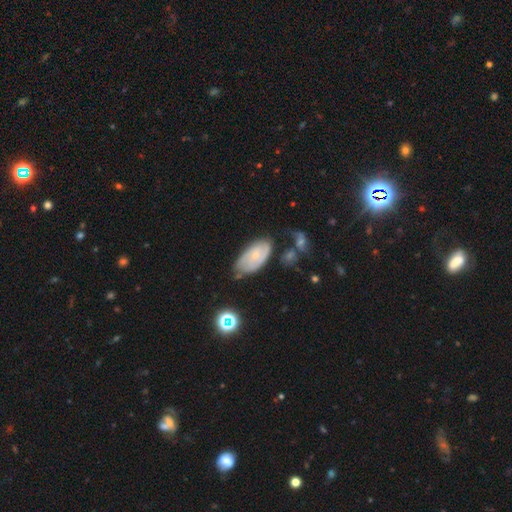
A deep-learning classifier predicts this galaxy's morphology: type=featured or disk (56%); edge-on=no (92%); bar=no (75%); spiral arms=yes (71%); bulge=small (71%); merging=none (54%).